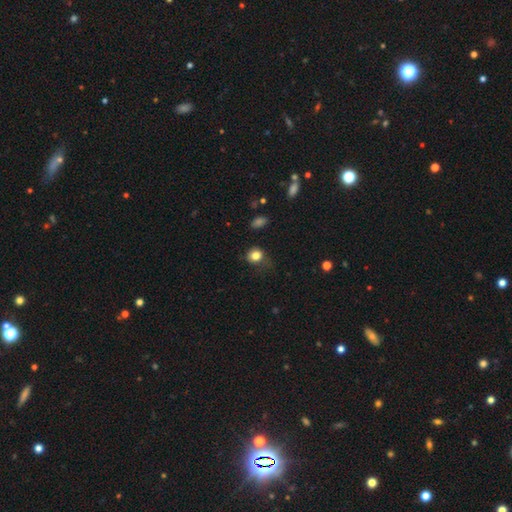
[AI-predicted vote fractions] Smooth or featured? smooth (82%)
How rounded? round (70%)
Merging? none (57%)